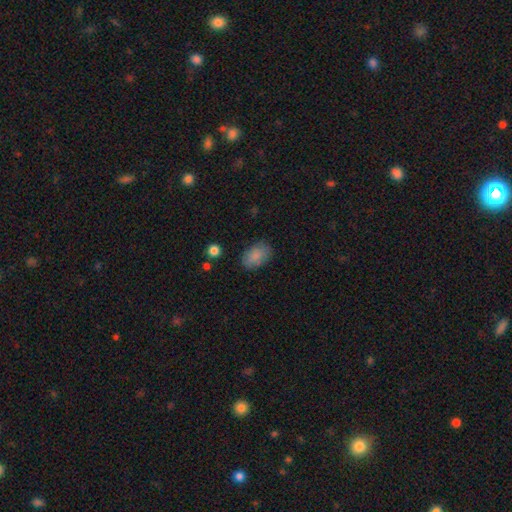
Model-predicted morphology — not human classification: The model was most divided on "merging": none: 81%, minor disturbance: 14%, major disturbance: 4%, merger: 2%. More confident: how rounded — in between (89%); smooth or featured — smooth (86%).